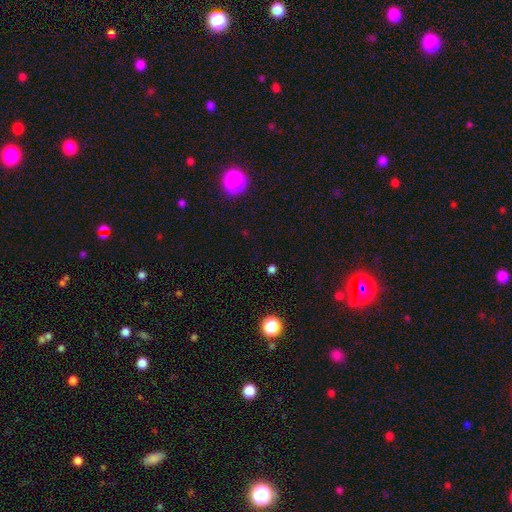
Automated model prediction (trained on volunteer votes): A star or artifact, not a galaxy (50%).

Vote fractions:
- Smooth or featured? star or artifact: 50% / smooth: 44% / featured or disk: 6%